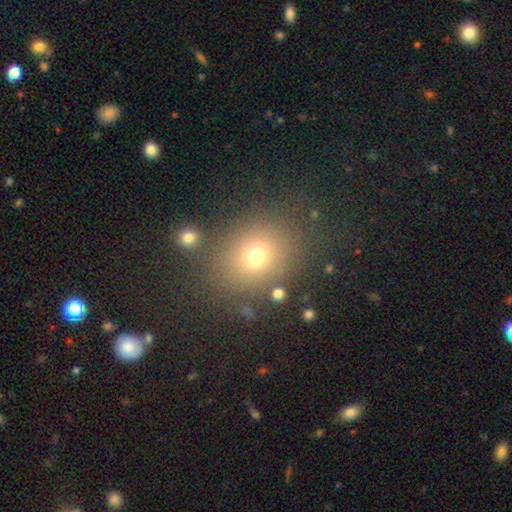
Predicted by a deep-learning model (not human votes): smooth-or-featured: smooth: 70% | star or artifact: 19% | featured or disk: 11%
  how-rounded: round: 59% | in between: 40% | cigar-shaped: 1%
  merging: none: 80% | minor disturbance: 10% | major disturbance: 5% | merger: 5%